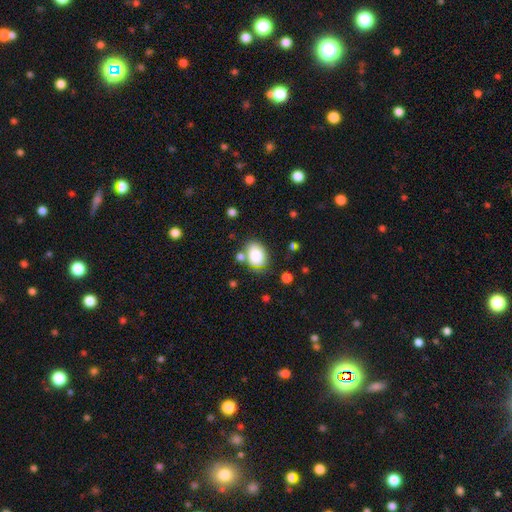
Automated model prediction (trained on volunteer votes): Smooth or featured? smooth (83%)
How rounded? in between (77%)
Merging? none (65%)